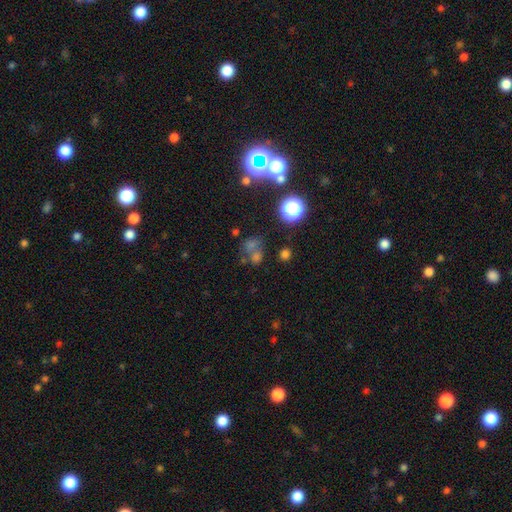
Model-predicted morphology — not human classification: type=smooth (45%); merging=none (43%).